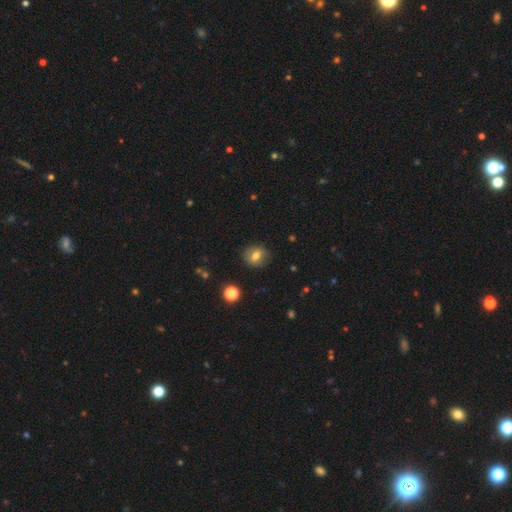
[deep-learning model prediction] The model was most divided on "smooth or featured": smooth: 71%, featured or disk: 18%, star or artifact: 11%. More confident: merging — none (86%); how rounded — round (76%).